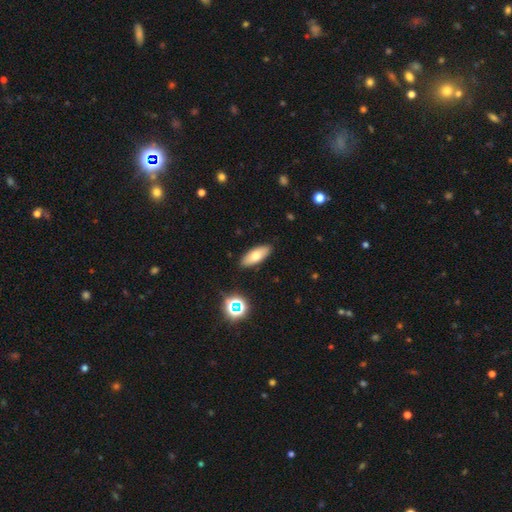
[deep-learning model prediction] Smooth or featured: smooth — 70% (featured or disk — 20%)
How rounded: in between — 76% (cigar-shaped — 21%)
Merging: none — 88% (minor disturbance — 8%)